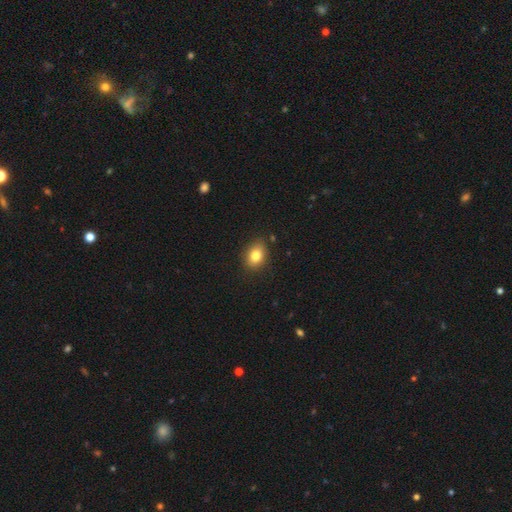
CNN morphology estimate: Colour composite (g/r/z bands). It shows a smooth galaxy with no disk features (82%) that is in between round and cigar-shaped (68%). Merging: none (85%).